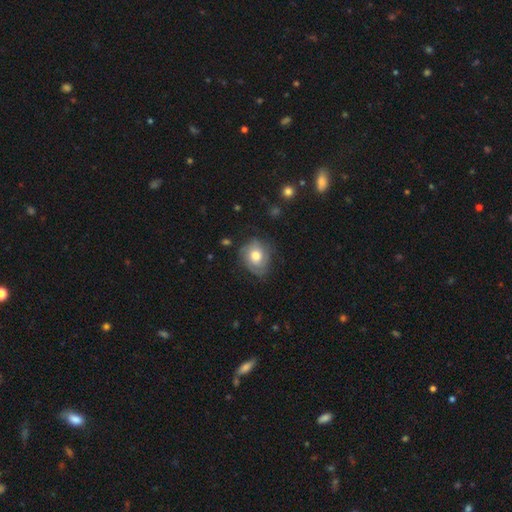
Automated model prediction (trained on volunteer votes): Overall: featured or disk (47%; smooth 45%). Merging: none (65%).